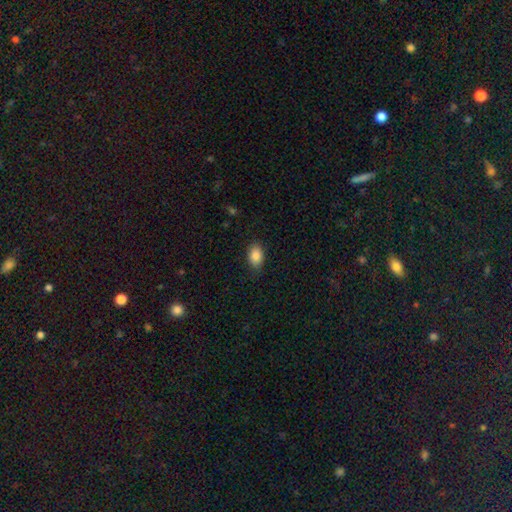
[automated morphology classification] This is clearly a smooth galaxy (88%). How rounded: clearly in between (85%). Merging: clearly none (84%).